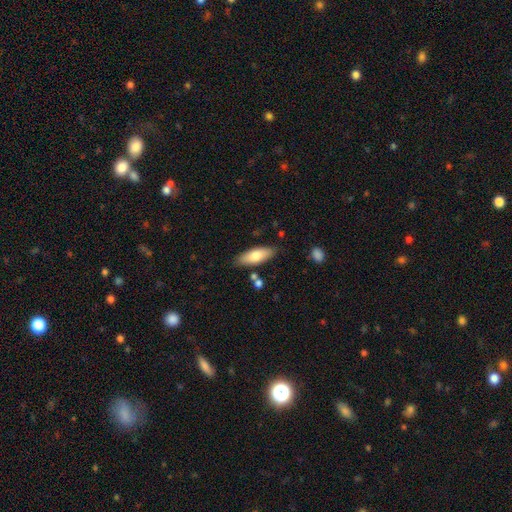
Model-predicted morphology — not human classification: Smooth or featured? Predicted: smooth (p=0.74). How rounded? Predicted: in between (p=0.68). Merging? Predicted: none (p=0.81).